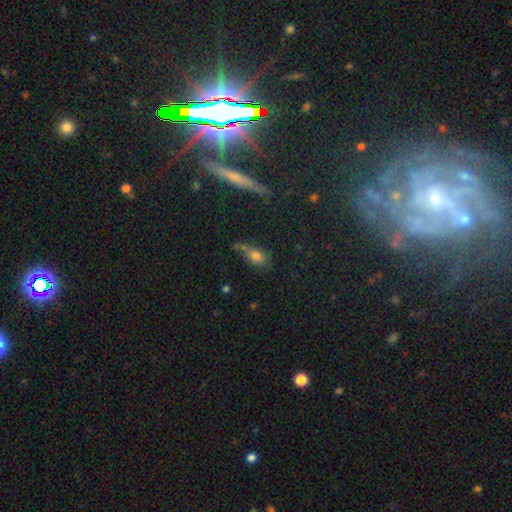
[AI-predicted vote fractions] This appears to be a smooth galaxy with no disk features (74%) that is in between round and cigar-shaped (80%). Merging: none (57%).